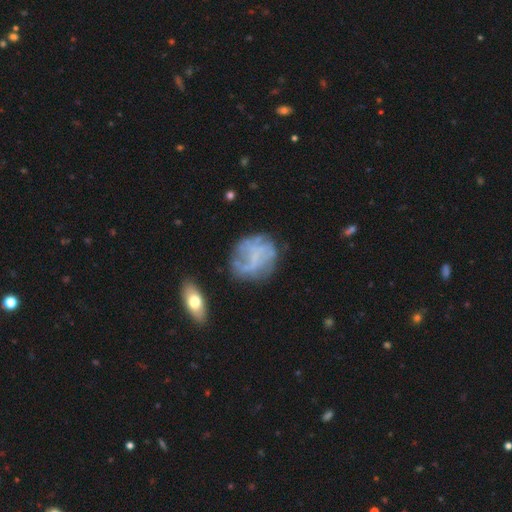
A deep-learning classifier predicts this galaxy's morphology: smooth_or_featured: featured or disk (p=0.59) [alt: smooth p=0.30]
disk_edge_on: no (p=0.97) [alt: yes p=0.03]
bar: no (p=0.72) [alt: weak p=0.21]
has_spiral_arms: no (p=0.52) [alt: yes p=0.48]
bulge_size: none (p=0.70) [alt: small p=0.18]
merging: none (p=0.57) [alt: minor disturbance p=0.21]